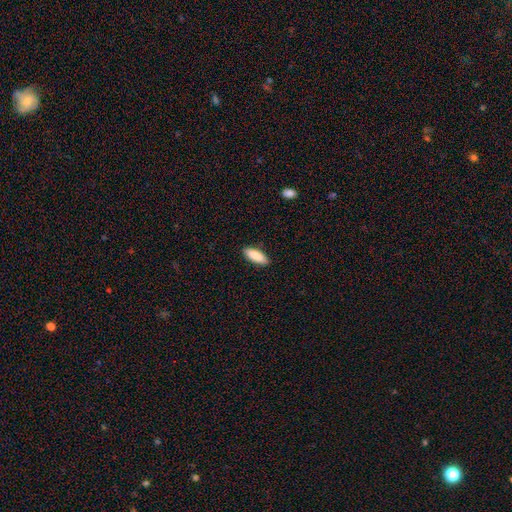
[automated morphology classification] Smooth or featured? smooth (89%)
How rounded? in between (73%)
Merging? none (89%)